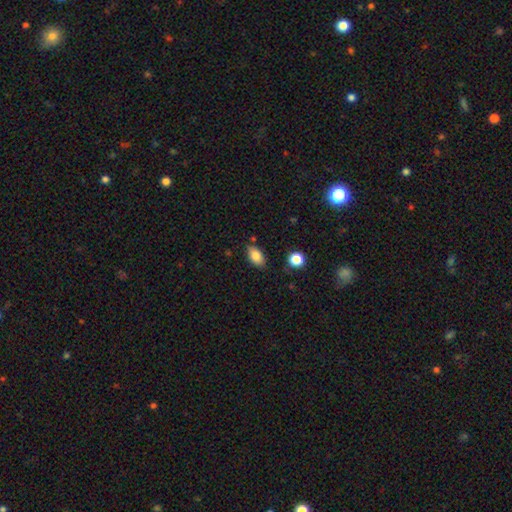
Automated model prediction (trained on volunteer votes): Smooth or featured? smooth (82%)
How rounded? in between (89%)
Merging? none (80%)